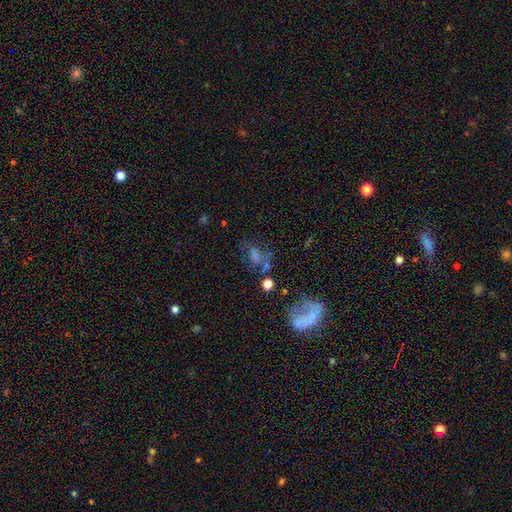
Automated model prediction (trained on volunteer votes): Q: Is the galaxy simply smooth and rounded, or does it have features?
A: smooth — 53%.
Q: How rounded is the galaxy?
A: in between — 70%.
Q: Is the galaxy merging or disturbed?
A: none — 40%.